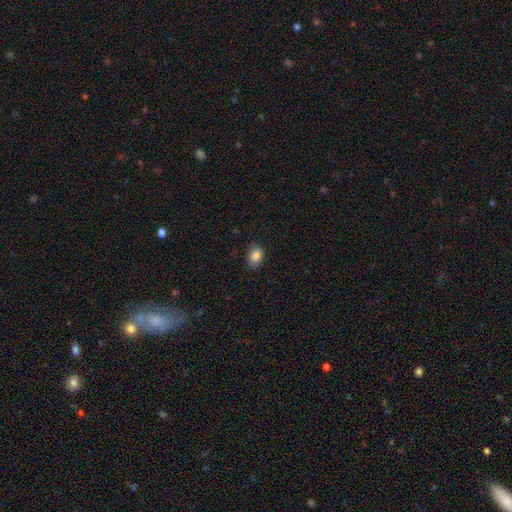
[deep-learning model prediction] Overall: smooth (77%). How rounded: in between (78%). Merging: none (73%).